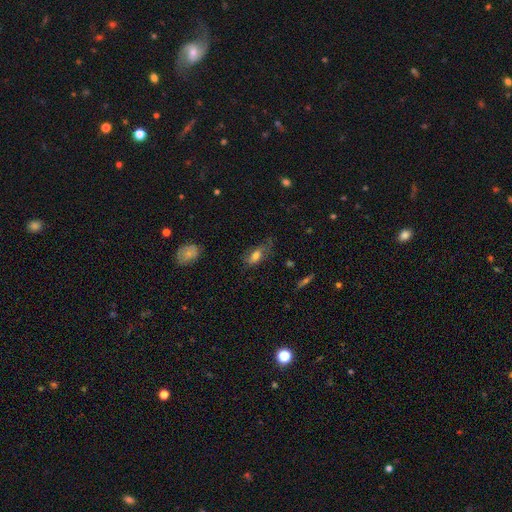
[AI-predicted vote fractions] This appears to be a smooth galaxy with no disk features (67%) that is in between round and cigar-shaped (84%). Merging: none (48%).